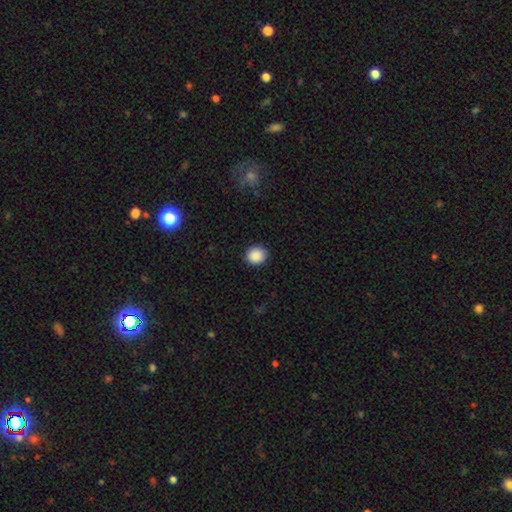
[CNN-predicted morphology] A smooth galaxy with no disk features (89%) that is round (83%).

Vote fractions:
- Smooth or featured? smooth: 89% / star or artifact: 8% / featured or disk: 2%
- How rounded? round: 83% / in between: 16% / cigar-shaped: 1%
- Merging? none: 91% / minor disturbance: 7% / major disturbance: 2% / merger: 1%